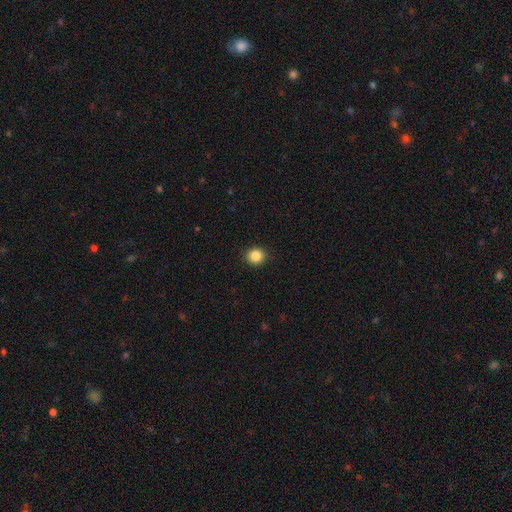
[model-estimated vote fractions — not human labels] Smooth or featured? Predicted: smooth (p=0.86). How rounded? Predicted: round (p=0.89). Merging? Predicted: none (p=0.92).